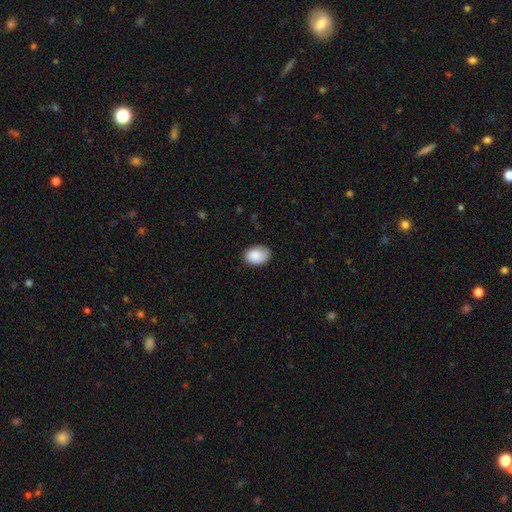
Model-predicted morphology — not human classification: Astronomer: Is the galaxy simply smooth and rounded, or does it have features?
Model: smooth — 87%.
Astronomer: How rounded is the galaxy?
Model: in between — 81%.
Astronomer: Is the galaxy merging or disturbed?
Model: none — 76%.